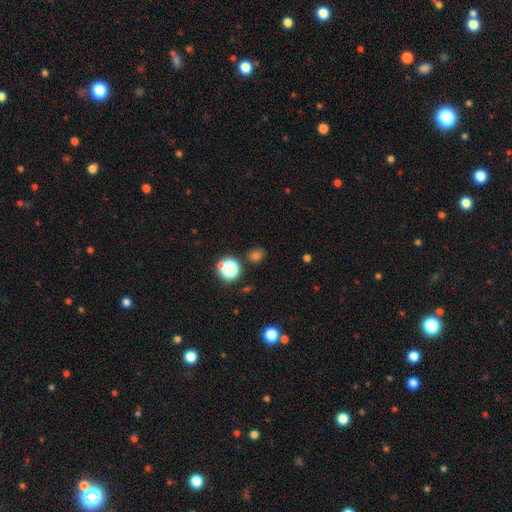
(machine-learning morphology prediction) This appears to be a smooth galaxy with no disk features (58%) that is round (78%). Merging: none (83%).